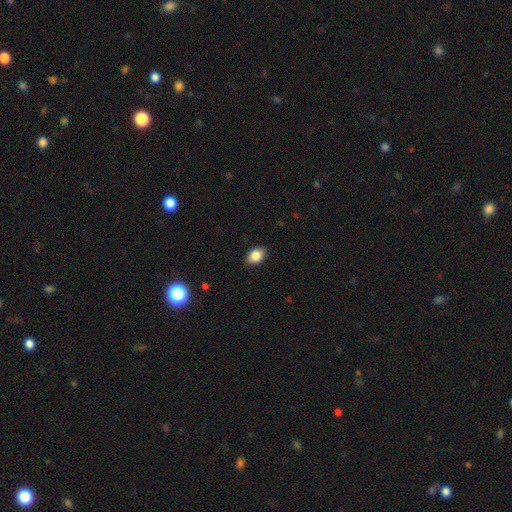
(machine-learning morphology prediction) smooth_or_featured: smooth (p=0.85) [alt: star or artifact p=0.08]
how_rounded: in between (p=0.82) [alt: round p=0.17]
merging: none (p=0.87) [alt: minor disturbance p=0.10]